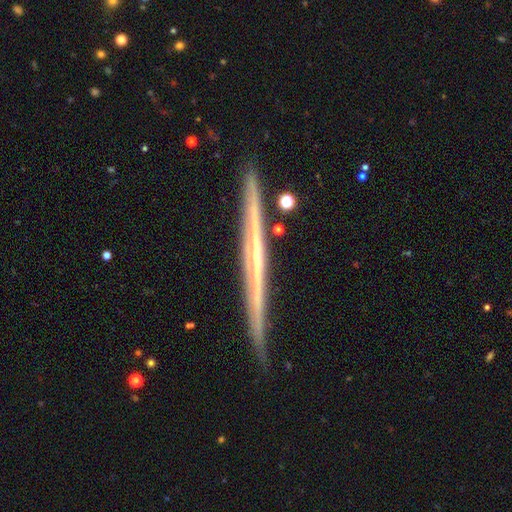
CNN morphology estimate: This is likely a featured or disk galaxy (79%). It is clearly viewed edge-on (98%). Edge-on bulge: likely none (63%). Merging: clearly none (88%).